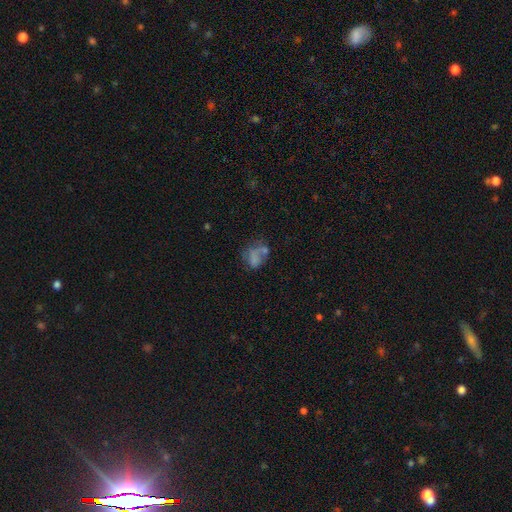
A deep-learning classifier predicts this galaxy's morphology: This is possibly a smooth galaxy (56%). How rounded: likely in between (66%). Merging: marginally none (30%).